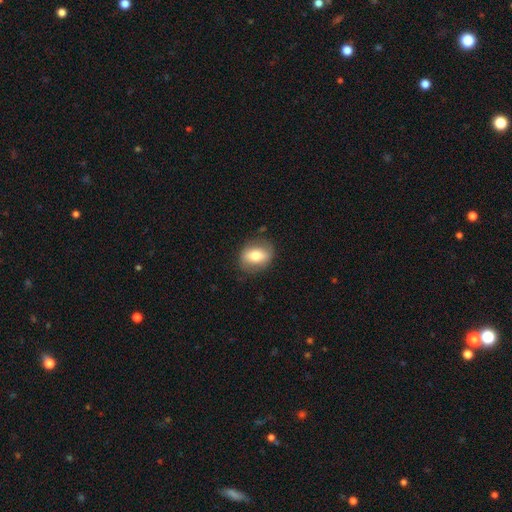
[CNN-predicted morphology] smooth_or_featured: smooth (p=0.67) [alt: featured or disk p=0.26]
how_rounded: in between (p=0.65) [alt: round p=0.33]
merging: none (p=0.80) [alt: minor disturbance p=0.14]